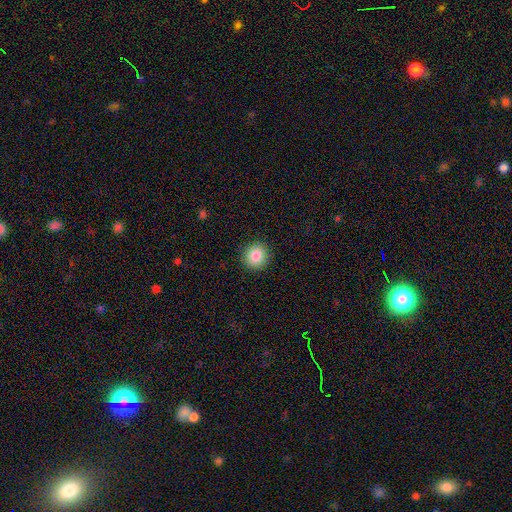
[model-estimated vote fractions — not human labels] Smooth or featured?
  - smooth: 87% *
  - star or artifact: 9%
  - featured or disk: 5%
How rounded?
  - round: 90% *
  - in between: 9%
  - cigar-shaped: 1%
Merging?
  - none: 91% *
  - minor disturbance: 6%
  - major disturbance: 2%
  - merger: 1%